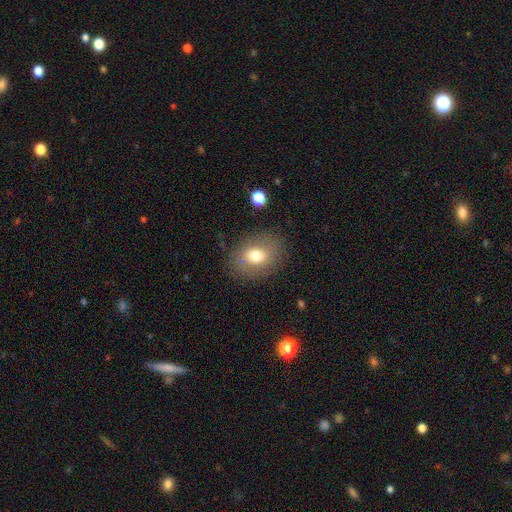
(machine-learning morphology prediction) Smooth or featured? Predicted: smooth (p=0.71). How rounded? Predicted: in between (p=0.63). Merging? Predicted: none (p=0.80).